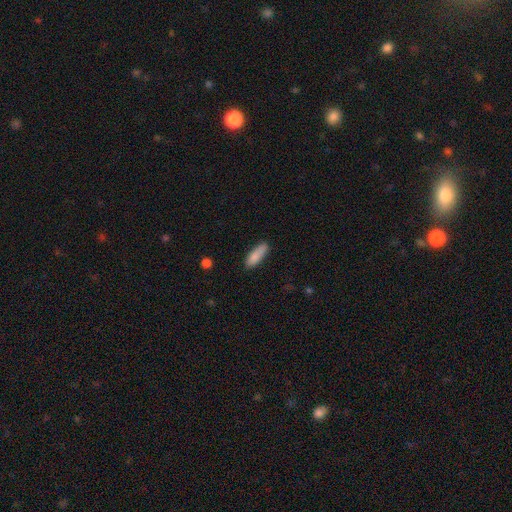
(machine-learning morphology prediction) The model was most divided on "how rounded": in between: 52%, cigar-shaped: 47%, round: 2%. More confident: smooth or featured — smooth (87%); merging — none (77%).